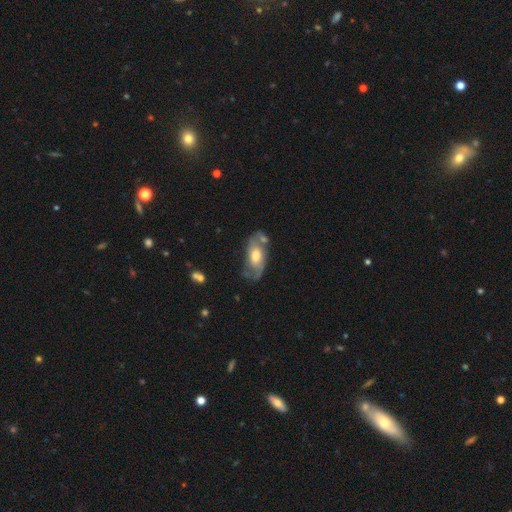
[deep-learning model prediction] A featured or disk galaxy (62%) with no bar (59%), spiral arms (77%) and a moderate central bulge (60%). Merging: none (51%).